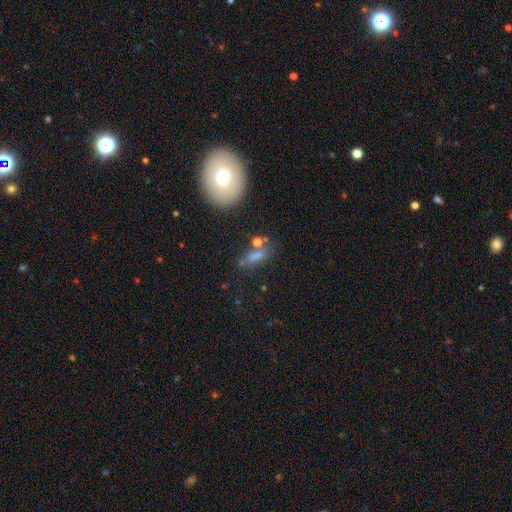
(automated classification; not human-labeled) Q: Smooth or featured?
A: smooth (59%); runner-up: featured or disk (23%)
Q: How rounded?
A: in between (55%); runner-up: cigar-shaped (32%)
Q: Merging?
A: none (66%); runner-up: minor disturbance (16%)